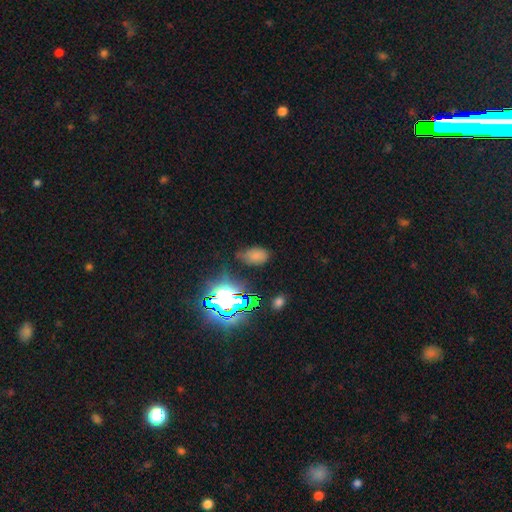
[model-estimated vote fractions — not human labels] Q: Smooth or featured?
A: smooth (65%); runner-up: star or artifact (25%)
Q: How rounded?
A: in between (88%); runner-up: round (10%)
Q: Merging?
A: none (63%); runner-up: minor disturbance (25%)